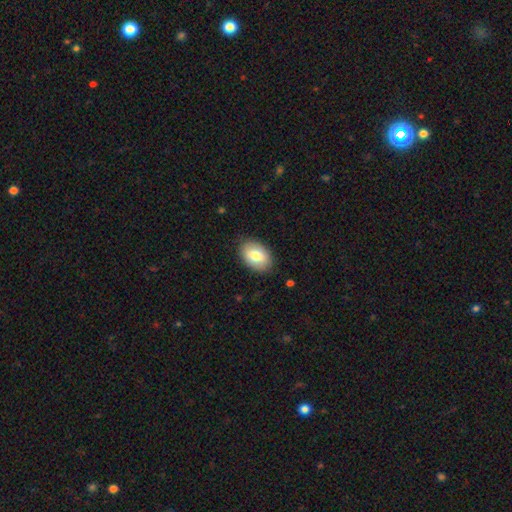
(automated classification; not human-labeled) A smooth galaxy with no disk features (79%) that is in between round and cigar-shaped (87%). Merging: none (86%).